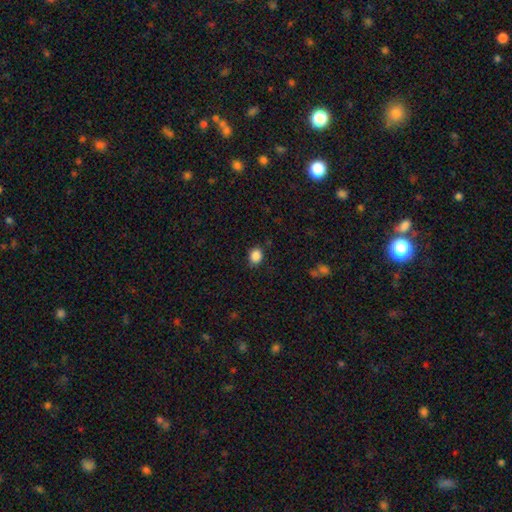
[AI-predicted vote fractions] smooth_or_featured: smooth (p=0.86) [alt: star or artifact p=0.10]
how_rounded: round (p=0.61) [alt: in between p=0.38]
merging: none (p=0.82) [alt: minor disturbance p=0.13]